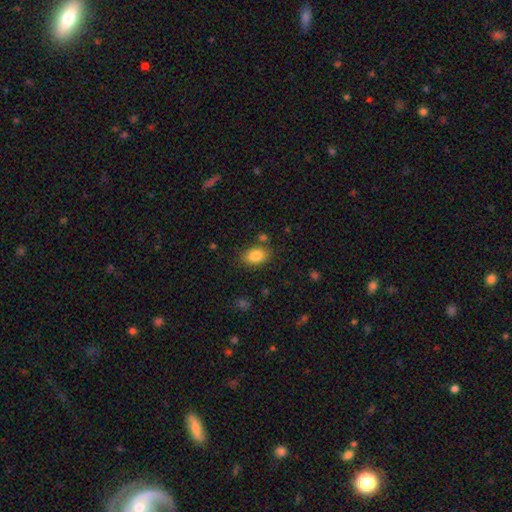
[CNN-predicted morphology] Smooth or featured?
  - smooth: 84% *
  - star or artifact: 8%
  - featured or disk: 8%
How rounded?
  - in between: 83% *
  - round: 16%
  - cigar-shaped: 1%
Merging?
  - none: 79% *
  - minor disturbance: 13%
  - merger: 4%
  - major disturbance: 3%